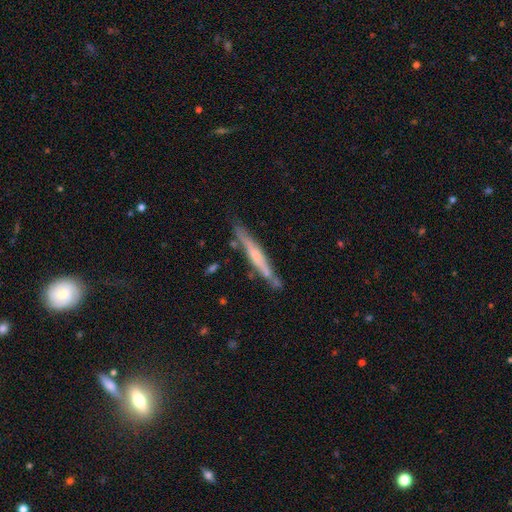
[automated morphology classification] Smooth or featured: featured or disk — 57% (smooth — 37%)
Edge-on disk: yes — 94% (no — 6%)
Edge-on bulge: none — 52% (rounded — 30%)
Merging: none — 78% (minor disturbance — 15%)